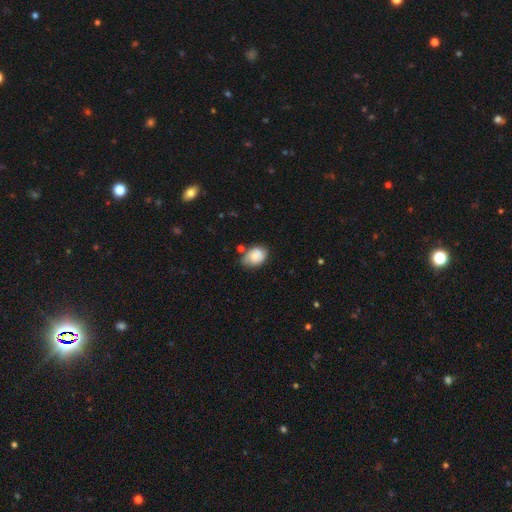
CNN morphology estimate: Smooth or featured? smooth (72%)
How rounded? in between (72%)
Merging? none (61%)